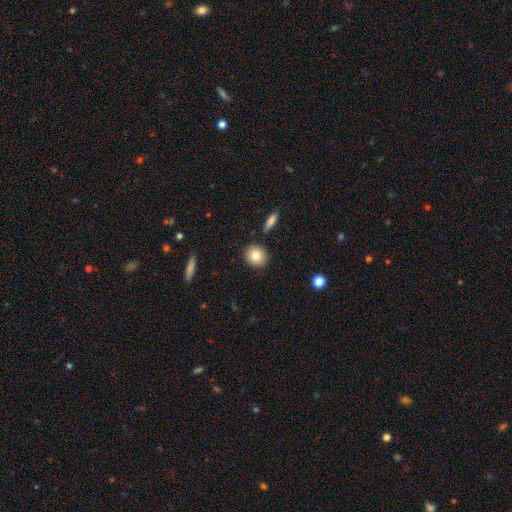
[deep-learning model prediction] Smooth or featured?
  - smooth: 82% *
  - featured or disk: 10%
  - star or artifact: 8%
How rounded?
  - round: 81% *
  - in between: 18%
  - cigar-shaped: 1%
Merging?
  - none: 88% *
  - minor disturbance: 7%
  - merger: 3%
  - major disturbance: 2%